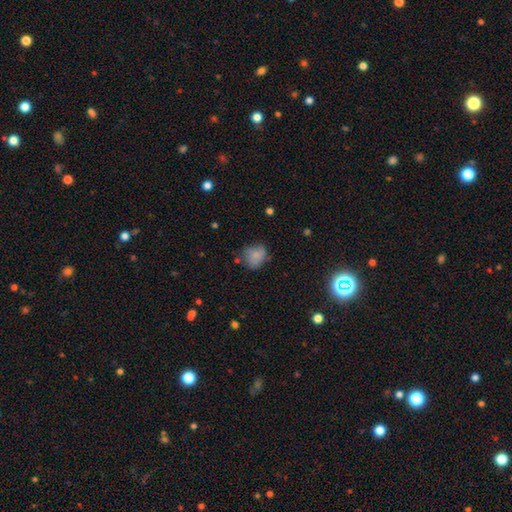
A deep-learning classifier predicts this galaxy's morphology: A smooth galaxy with no disk features (76%) that is round (58%). Merging: none (55%).